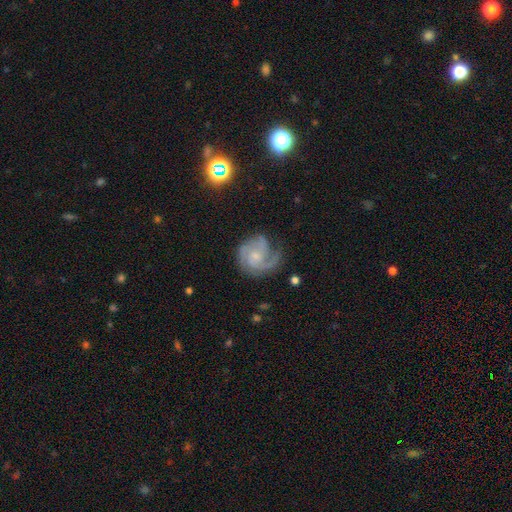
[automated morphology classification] smooth_or_featured: featured or disk (p=0.86) [alt: smooth p=0.08]
disk_edge_on: no (p=0.98) [alt: yes p=0.02]
bar: no (p=0.68) [alt: weak p=0.28]
has_spiral_arms: yes (p=0.97) [alt: no p=0.03]
spiral_winding: tight (p=0.48) [alt: medium p=0.42]
spiral_arm_count: 3 (p=0.46) [alt: 2 p=0.25]
bulge_size: small (p=0.64) [alt: moderate p=0.26]
merging: none (p=0.64) [alt: minor disturbance p=0.21]